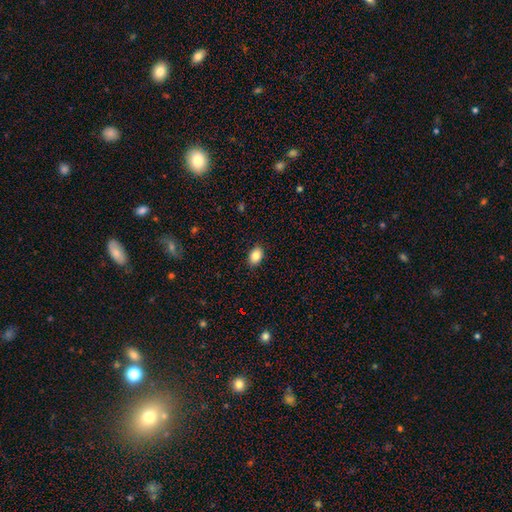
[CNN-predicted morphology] Overall: smooth (86%). How rounded: in between (83%). Merging: none (88%).